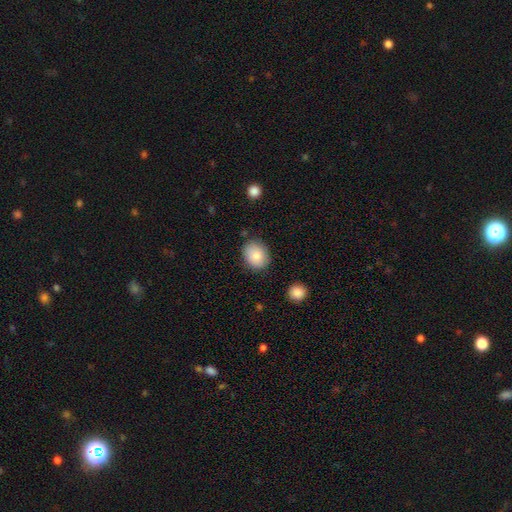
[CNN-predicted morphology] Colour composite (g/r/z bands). It shows a smooth galaxy with no disk features (82%) that is round (55%). Merging: none (81%).